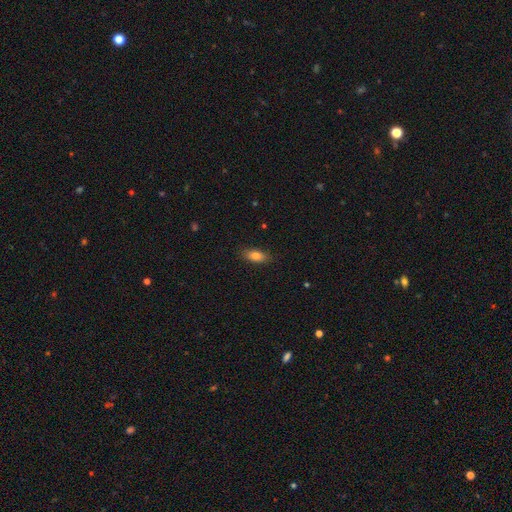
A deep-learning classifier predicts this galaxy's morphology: Smooth or featured: smooth — 81% (featured or disk — 11%)
How rounded: in between — 83% (cigar-shaped — 13%)
Merging: none — 86% (minor disturbance — 10%)